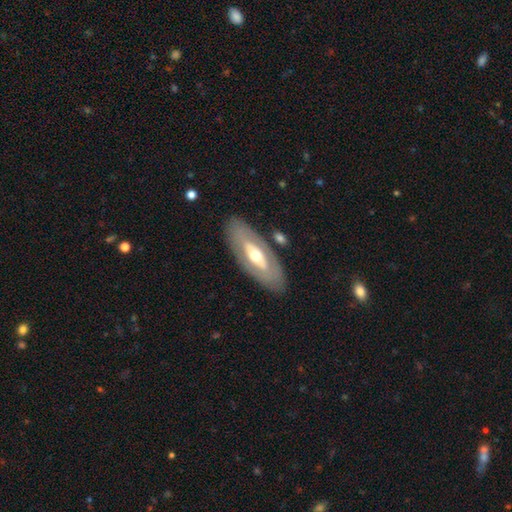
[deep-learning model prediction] A featured or disk galaxy (59%). Merging: none (83%).